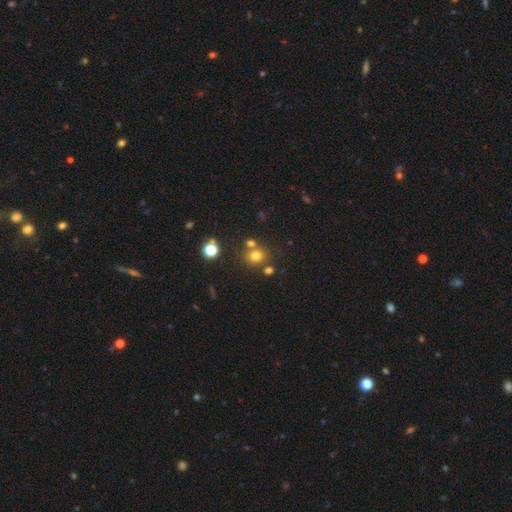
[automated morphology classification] type=smooth (72%); roundness=round (82%); merging=none (68%).